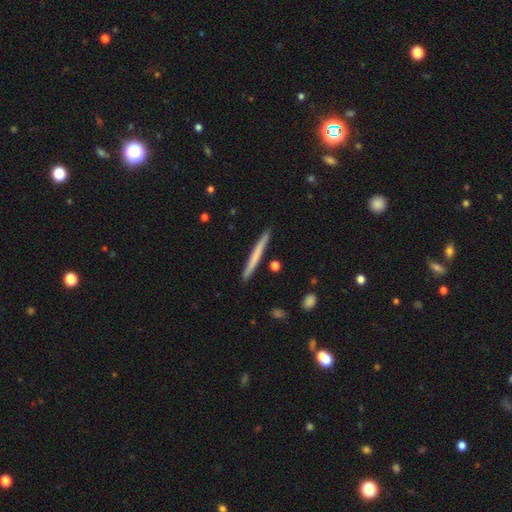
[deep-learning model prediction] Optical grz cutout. It shows a smooth galaxy with no disk features (60%) that is cigar-shaped (97%). Merging: none (90%).